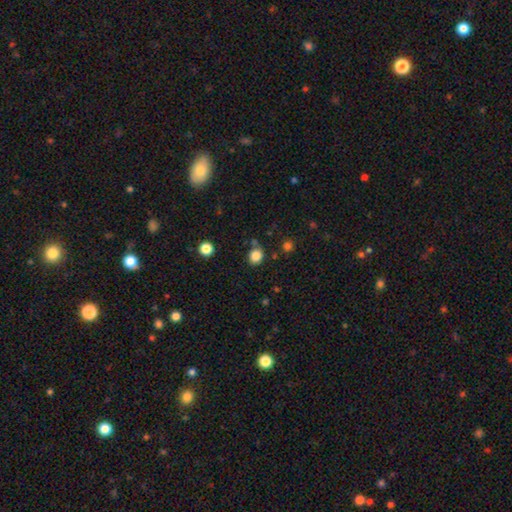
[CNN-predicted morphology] Smooth or featured: smooth — 84% (star or artifact — 12%)
How rounded: round — 70% (in between — 29%)
Merging: none — 79% (minor disturbance — 12%)